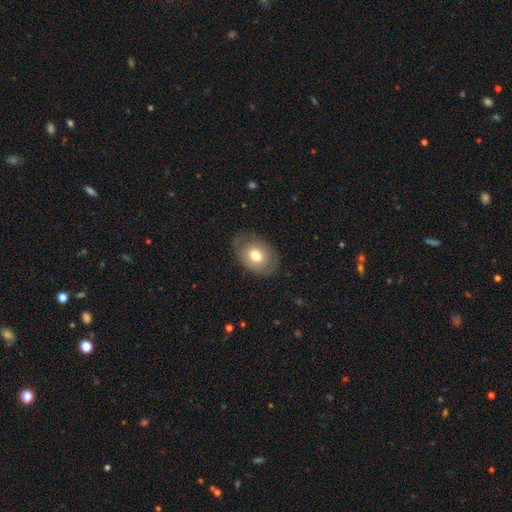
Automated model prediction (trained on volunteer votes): Smooth or featured? Predicted: smooth (p=0.71). How rounded? Predicted: in between (p=0.77). Merging? Predicted: none (p=0.75).